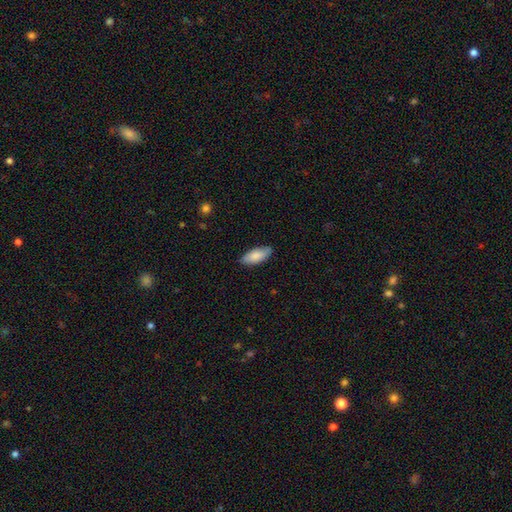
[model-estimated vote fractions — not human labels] Overall: smooth (83%). How rounded: in between (82%). Merging: none (83%).